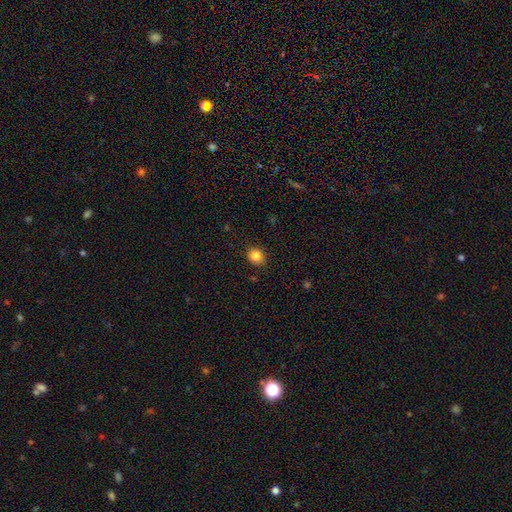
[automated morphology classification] The model was most divided on "how rounded": round: 73%, in between: 26%, cigar-shaped: 1%. More confident: merging — none (88%); smooth or featured — smooth (85%).